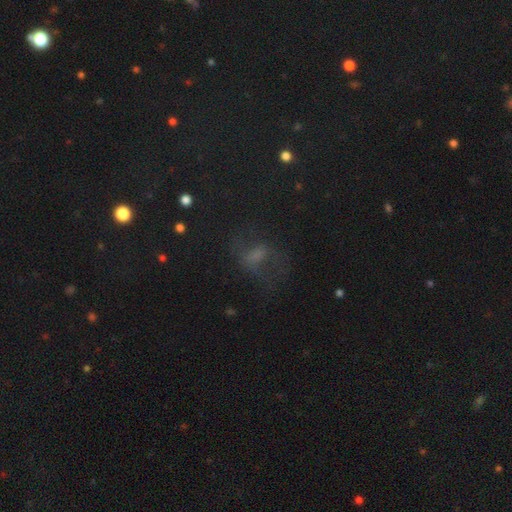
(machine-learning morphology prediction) The model was most divided on "smooth or featured": smooth: 39%, featured or disk: 33%, star or artifact: 28%. Remaining: merging — none (48%).